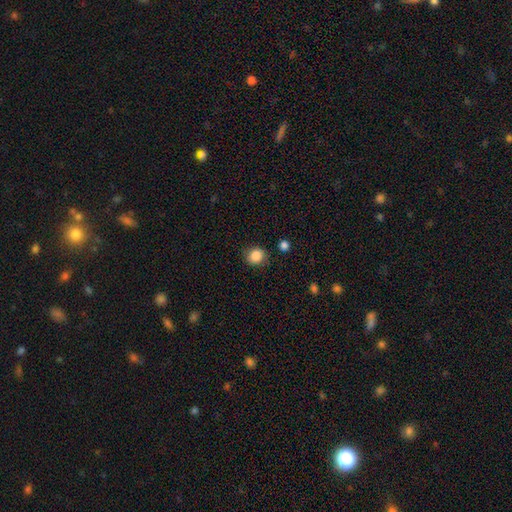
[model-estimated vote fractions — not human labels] Smooth or featured? Predicted: smooth (p=0.86). How rounded? Predicted: round (p=0.76). Merging? Predicted: none (p=0.84).